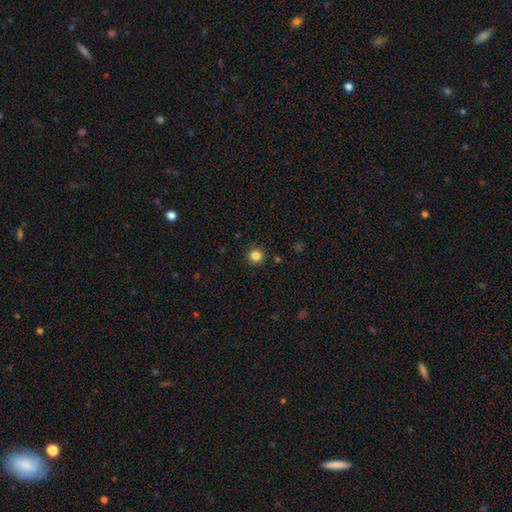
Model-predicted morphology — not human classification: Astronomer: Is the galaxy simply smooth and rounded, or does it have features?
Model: smooth — 84%.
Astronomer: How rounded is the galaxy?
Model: round — 95%.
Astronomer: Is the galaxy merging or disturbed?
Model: none — 92%.